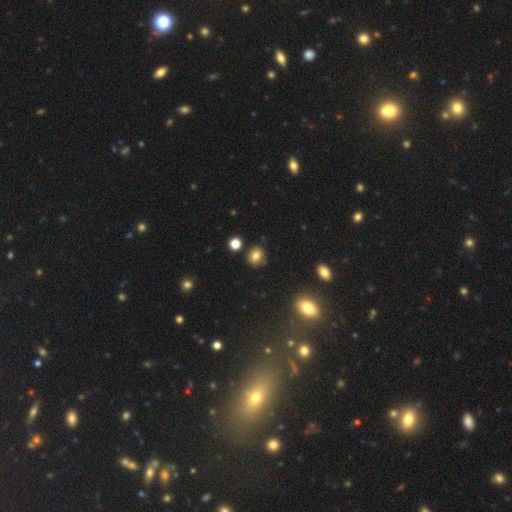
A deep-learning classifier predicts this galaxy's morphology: smooth 80%, star or artifact 13%, featured or disk 8%. Down the decision tree: how rounded — round (77%); merging — none (84%).